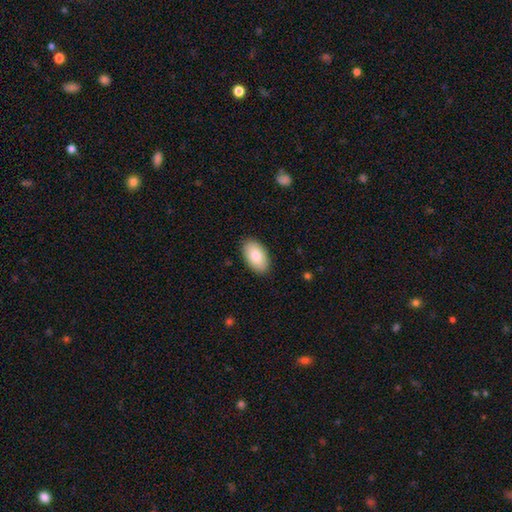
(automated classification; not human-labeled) Q: Smooth or featured?
A: smooth (83%); runner-up: featured or disk (11%)
Q: How rounded?
A: in between (95%); runner-up: round (3%)
Q: Merging?
A: none (88%); runner-up: minor disturbance (9%)